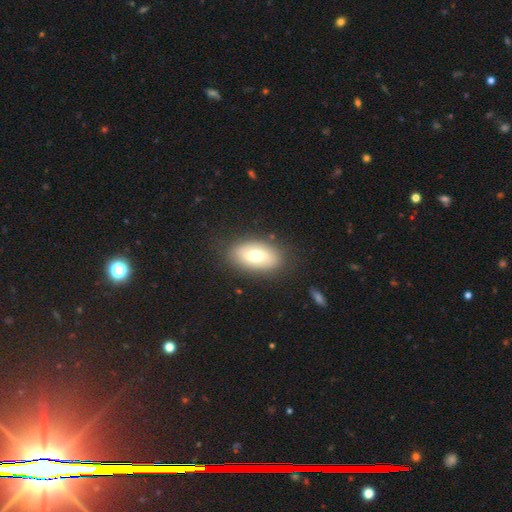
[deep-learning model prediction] smooth 64%, featured or disk 29%, star or artifact 7%. Down the decision tree: how rounded — in between (91%); merging — none (83%).